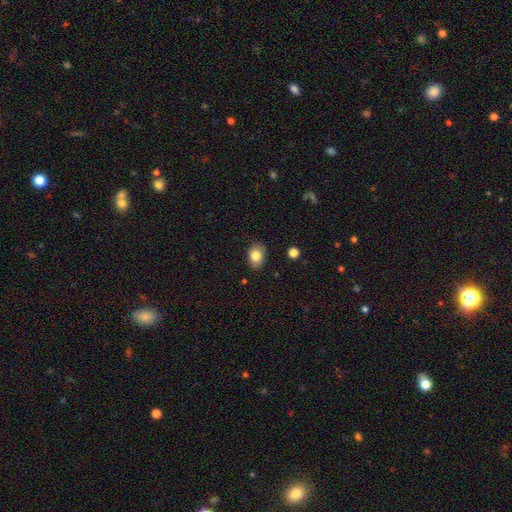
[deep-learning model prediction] A smooth galaxy with no disk features (82%) that is in between round and cigar-shaped (73%).

Vote fractions:
- Smooth or featured? smooth: 82% / featured or disk: 9% / star or artifact: 8%
- How rounded? in between: 73% / round: 26% / cigar-shaped: 1%
- Merging? none: 83% / minor disturbance: 13% / major disturbance: 3% / merger: 1%